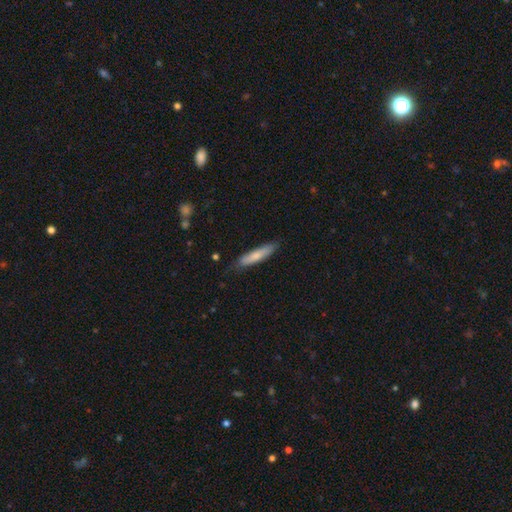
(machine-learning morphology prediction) smooth-or-featured: smooth: 76% | featured or disk: 19% | star or artifact: 6%
  how-rounded: cigar-shaped: 84% | in between: 14% | round: 1%
  merging: none: 80% | minor disturbance: 16% | major disturbance: 3% | merger: 1%